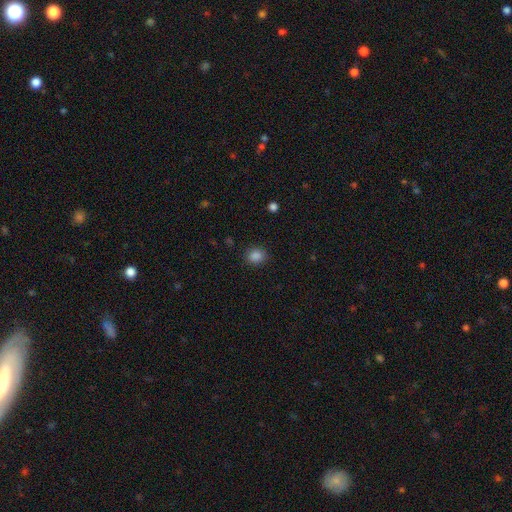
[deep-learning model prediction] The model was most divided on "how rounded": round: 73%, in between: 26%, cigar-shaped: 1%. More confident: merging — none (88%); smooth or featured — smooth (85%).